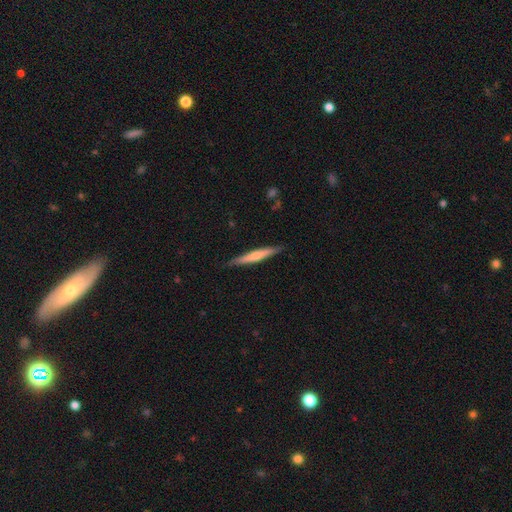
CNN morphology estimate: smooth 50%, featured or disk 45%, star or artifact 5%. Down the decision tree: how rounded — cigar-shaped (94%); merging — none (88%).